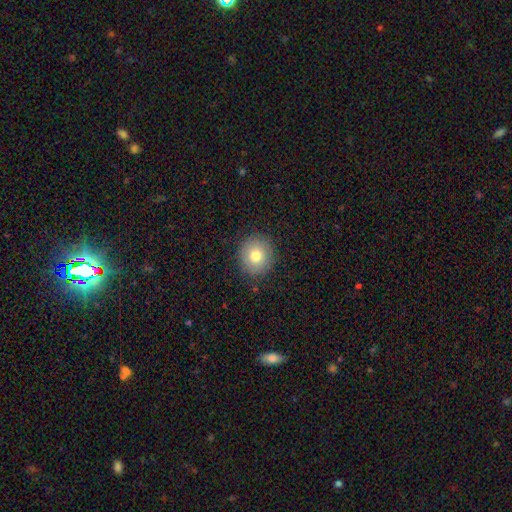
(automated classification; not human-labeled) smooth_or_featured: smooth (p=0.76) [alt: featured or disk p=0.13]
how_rounded: round (p=0.90) [alt: in between p=0.09]
merging: none (p=0.89) [alt: minor disturbance p=0.08]